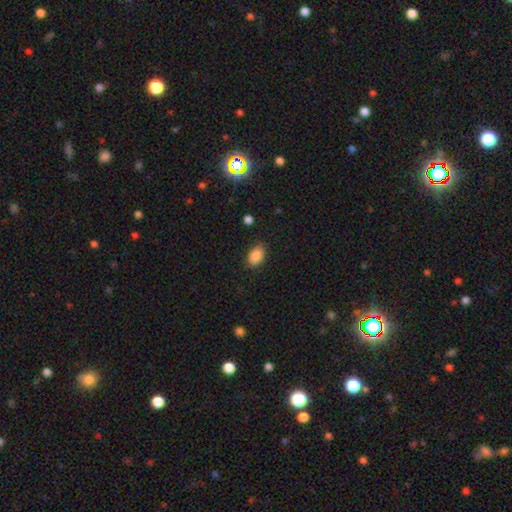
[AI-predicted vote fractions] smooth_or_featured: smooth (p=0.87) [alt: star or artifact p=0.08]
how_rounded: in between (p=0.89) [alt: round p=0.10]
merging: none (p=0.84) [alt: minor disturbance p=0.12]